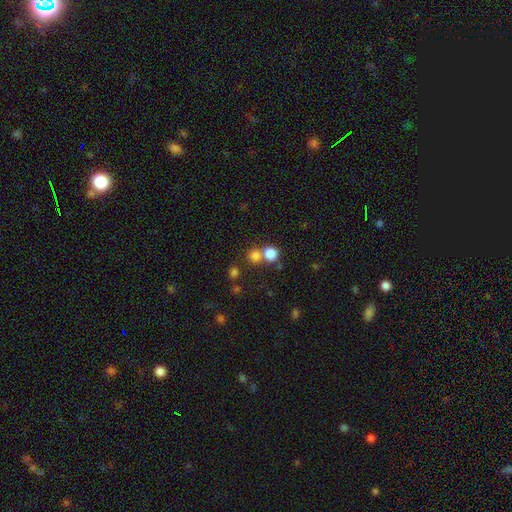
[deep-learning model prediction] Q: Smooth or featured?
A: smooth (77%); runner-up: star or artifact (16%)
Q: How rounded?
A: round (88%); runner-up: in between (11%)
Q: Merging?
A: none (56%); runner-up: merger (35%)